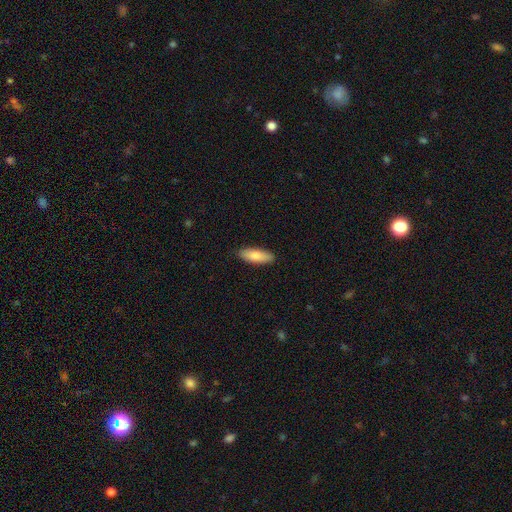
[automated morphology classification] The model was most divided on "how rounded": in between: 64%, cigar-shaped: 34%, round: 2%. More confident: merging — none (89%); smooth or featured — smooth (84%).